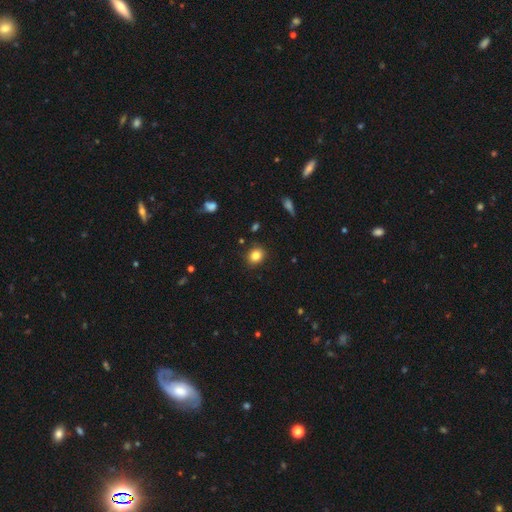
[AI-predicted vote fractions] This appears to be a smooth galaxy with no disk features (83%) that is round (65%). Merging: none (87%).